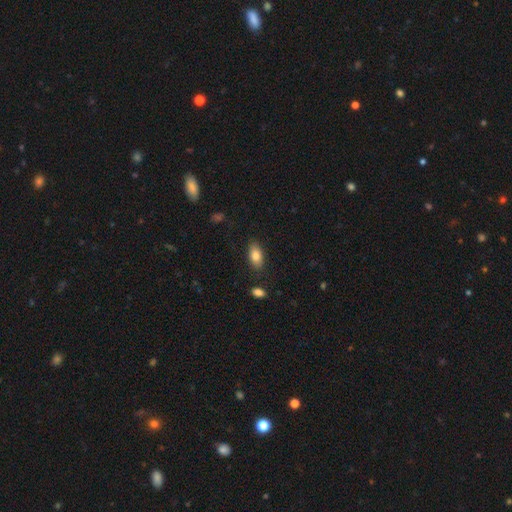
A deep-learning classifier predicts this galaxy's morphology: smooth_or_featured: smooth (p=0.82) [alt: featured or disk p=0.11]
how_rounded: in between (p=0.90) [alt: cigar-shaped p=0.05]
merging: none (p=0.85) [alt: minor disturbance p=0.11]